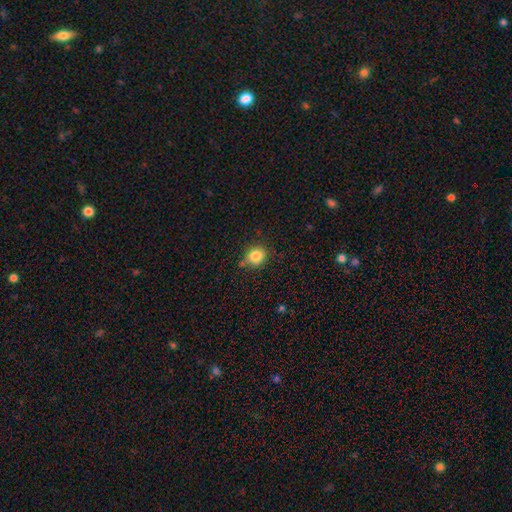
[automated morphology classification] Smooth or featured? smooth (84%)
How rounded? round (76%)
Merging? none (75%)